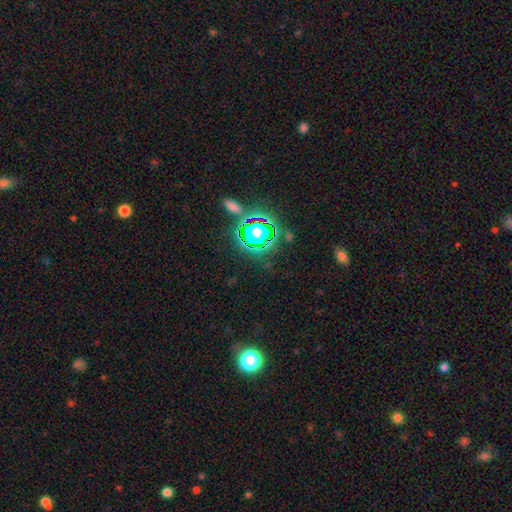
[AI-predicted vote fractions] star or artifact 71%, smooth 20%, featured or disk 9%.